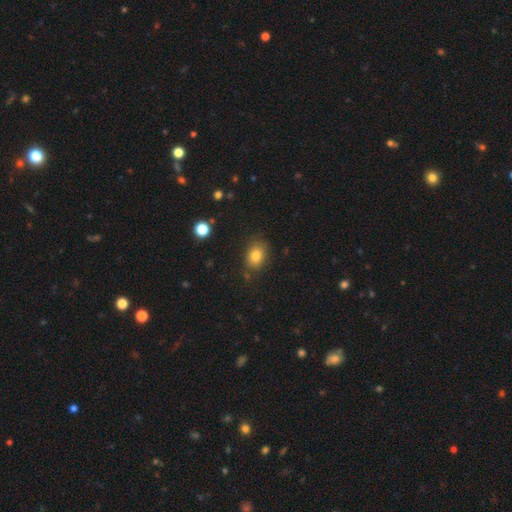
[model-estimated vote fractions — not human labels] Morphology: type=smooth (81%); roundness=in between (63%); merging=none (79%).